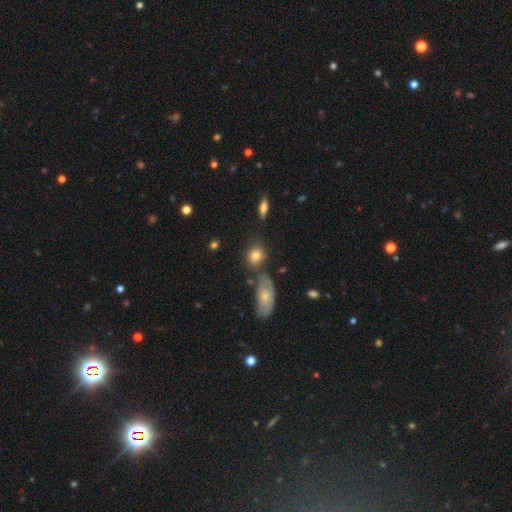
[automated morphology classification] smooth 78%, featured or disk 13%, star or artifact 9%. Down the decision tree: how rounded — round (63%); merging — none (61%).